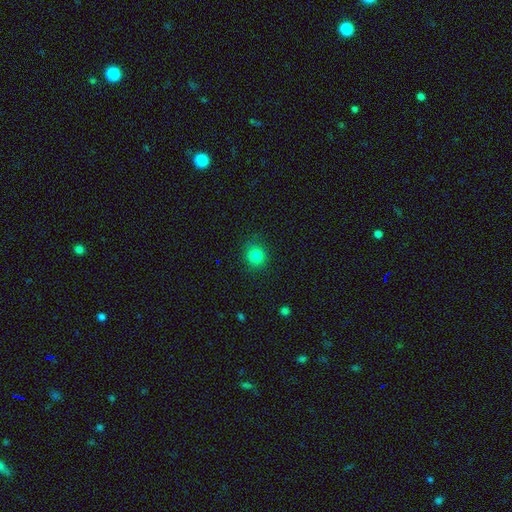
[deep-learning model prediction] smooth 83%, star or artifact 12%, featured or disk 5%. Down the decision tree: how rounded — round (86%); merging — none (87%).